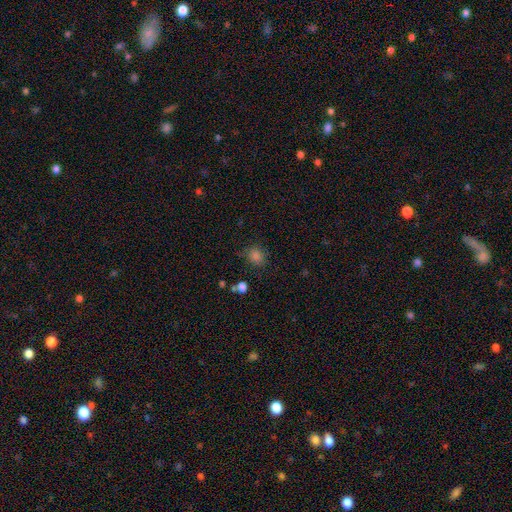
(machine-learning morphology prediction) Smooth or featured? Predicted: smooth (p=0.80). How rounded? Predicted: round (p=0.70). Merging? Predicted: none (p=0.81).